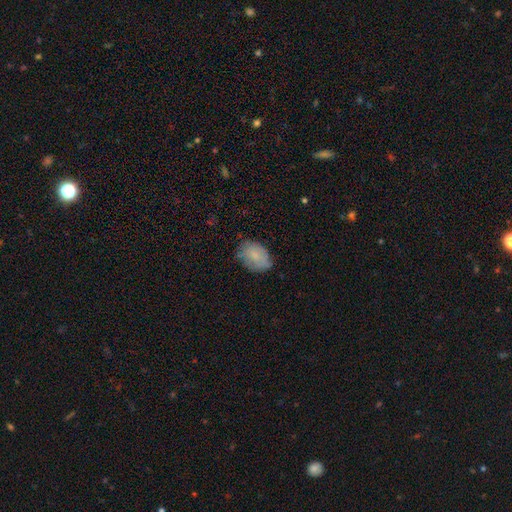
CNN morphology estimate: Smooth or featured: smooth — 77% (featured or disk — 16%)
How rounded: in between — 79% (round — 19%)
Merging: none — 68% (minor disturbance — 25%)